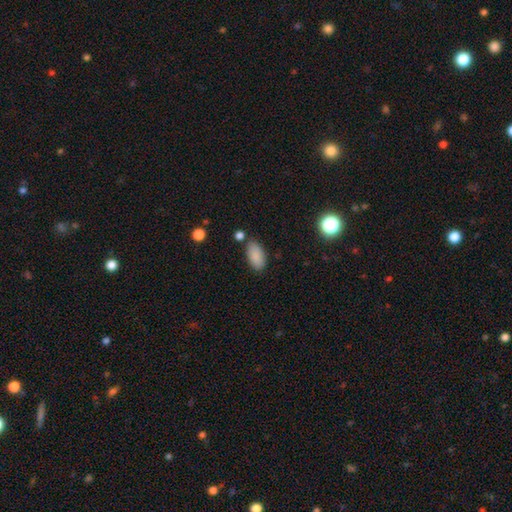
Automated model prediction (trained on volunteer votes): Smooth or featured? smooth (88%)
How rounded? in between (92%)
Merging? none (77%)